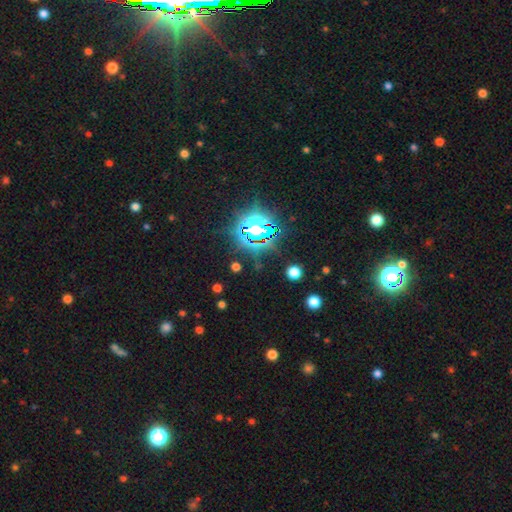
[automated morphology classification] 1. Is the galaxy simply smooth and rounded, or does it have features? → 81% star or artifact, 12% smooth, 7% featured or disk.